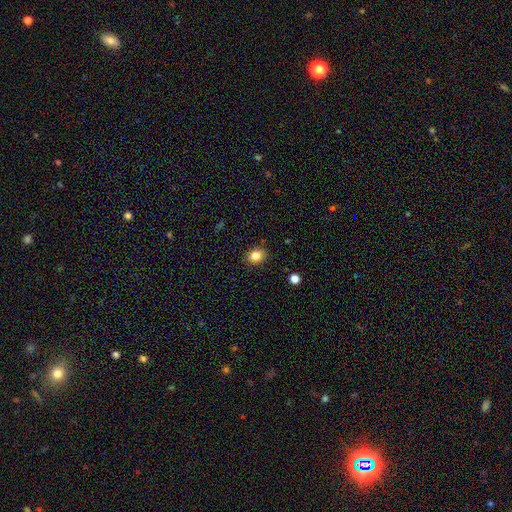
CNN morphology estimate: This is clearly a smooth galaxy (84%). How rounded: possibly in between (52%). Merging: clearly none (87%).